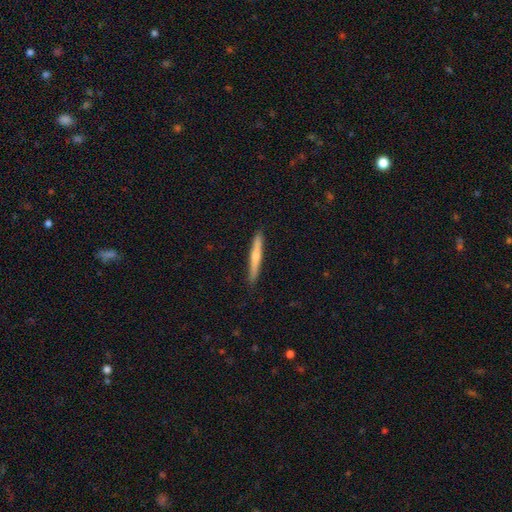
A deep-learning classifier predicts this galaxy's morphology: Q: Smooth or featured?
A: smooth (55%); runner-up: featured or disk (40%)
Q: How rounded?
A: cigar-shaped (95%); runner-up: in between (3%)
Q: Merging?
A: none (90%); runner-up: minor disturbance (7%)